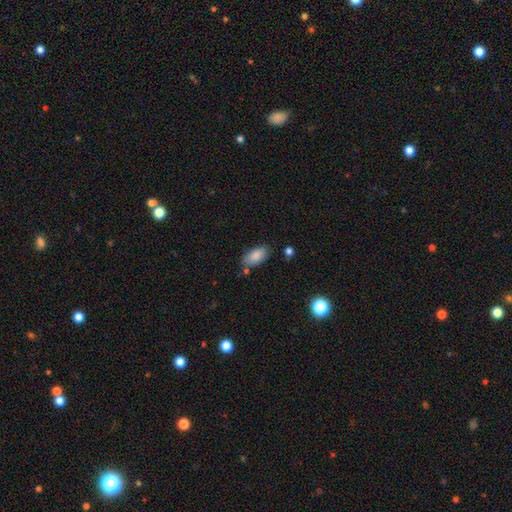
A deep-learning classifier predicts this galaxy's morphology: Smooth or featured: smooth — 87% (star or artifact — 7%)
How rounded: in between — 92% (cigar-shaped — 5%)
Merging: none — 75% (minor disturbance — 16%)